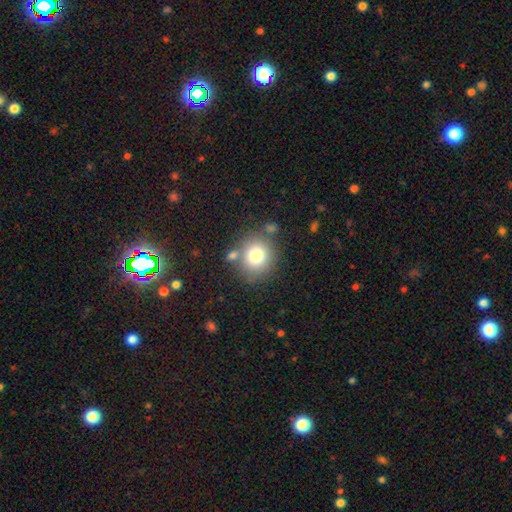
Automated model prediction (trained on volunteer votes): Q: Smooth or featured?
A: smooth (78%); runner-up: featured or disk (11%)
Q: How rounded?
A: round (83%); runner-up: in between (17%)
Q: Merging?
A: none (74%); runner-up: minor disturbance (11%)